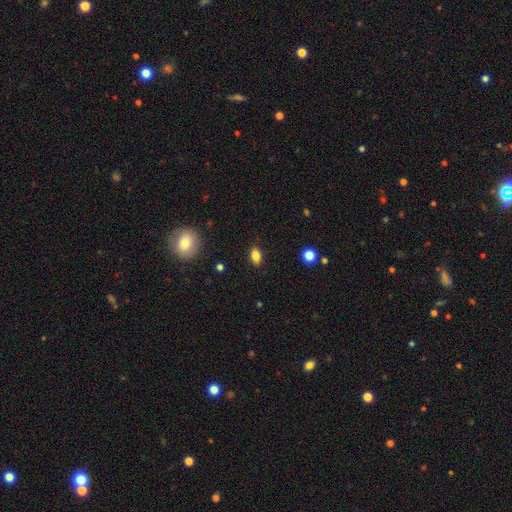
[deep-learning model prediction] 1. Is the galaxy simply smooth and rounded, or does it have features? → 81% smooth, 10% star or artifact, 9% featured or disk.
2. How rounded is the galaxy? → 85% in between, 10% round, 5% cigar-shaped.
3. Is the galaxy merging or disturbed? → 88% none, 9% minor disturbance, 2% major disturbance, 1% merger.